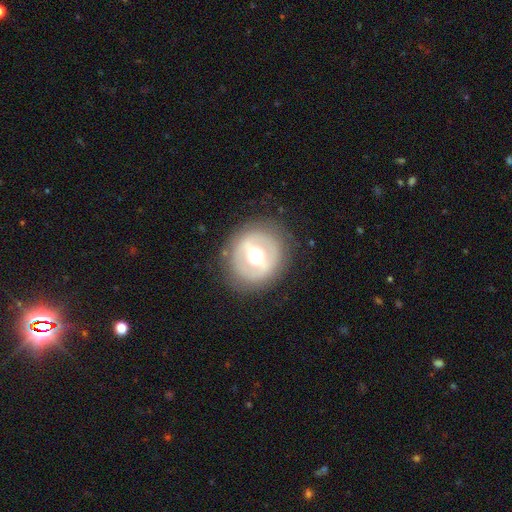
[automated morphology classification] The model was most divided on "bar": strong: 50%, weak: 31%, no: 18%. More confident: edge-on disk — no (94%); merging — none (83%); spiral arms — no (77%); bulge size — moderate (72%); smooth or featured — featured or disk (63%).